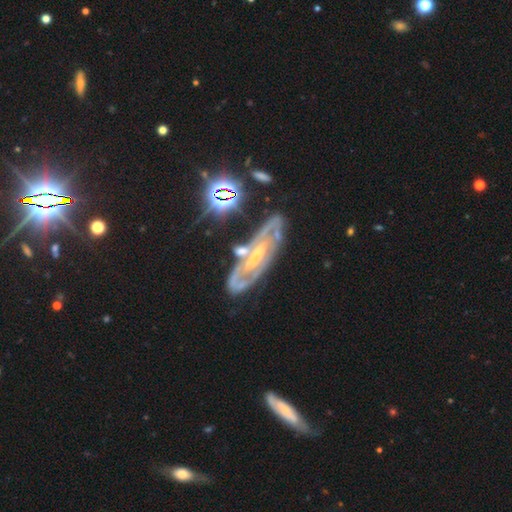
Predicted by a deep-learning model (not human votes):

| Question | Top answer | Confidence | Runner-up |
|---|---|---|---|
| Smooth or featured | featured or disk | 83% | star or artifact (9%) |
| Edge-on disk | no | 86% | yes (14%) |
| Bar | strong | 46% | weak (36%) |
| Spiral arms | yes | 90% | no (10%) |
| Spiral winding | tight | 54% | medium (38%) |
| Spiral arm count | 2 | 62% | can't tell (23%) |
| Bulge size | moderate | 37% | small (36%) |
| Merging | none | 67% | minor disturbance (18%) |